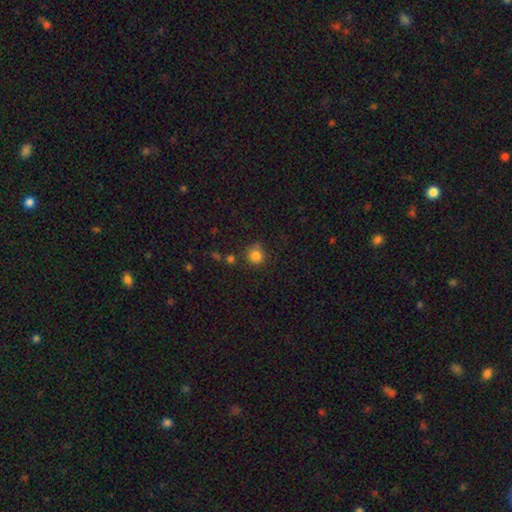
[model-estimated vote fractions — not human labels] Overall: smooth (83%). How rounded: round (89%). Merging: none (71%).